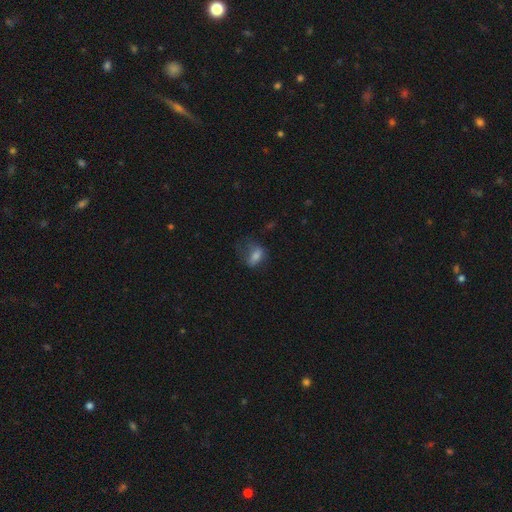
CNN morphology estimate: Smooth or featured?
  - smooth: 71% *
  - featured or disk: 18%
  - star or artifact: 12%
How rounded?
  - in between: 78% *
  - round: 13%
  - cigar-shaped: 10%
Merging?
  - none: 38% *
  - major disturbance: 33%
  - minor disturbance: 27%
  - merger: 2%